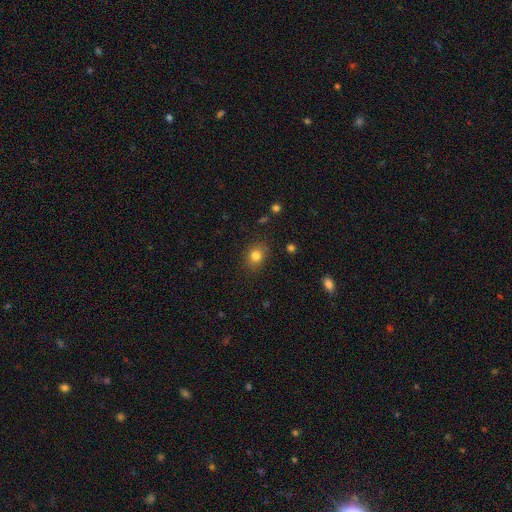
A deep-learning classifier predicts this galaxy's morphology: This is clearly a smooth galaxy (82%). How rounded: possibly round (56%). Merging: clearly none (84%).